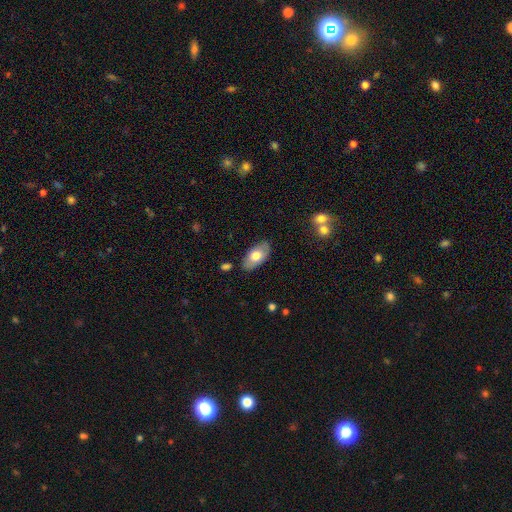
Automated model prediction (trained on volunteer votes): Morphology: type=smooth (69%); roundness=in between (94%); merging=none (82%).